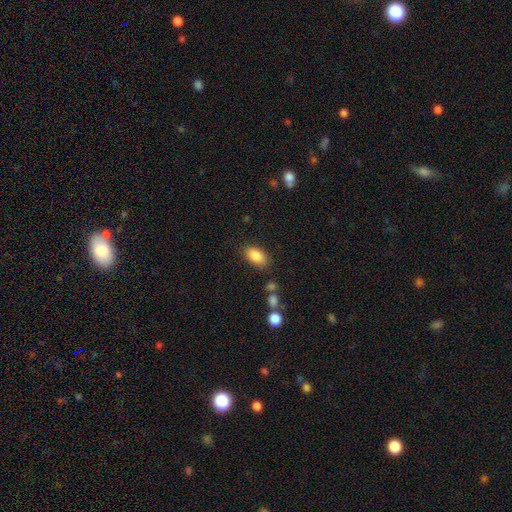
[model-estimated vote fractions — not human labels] A smooth galaxy with no disk features (86%) that is in between round and cigar-shaped (91%).

Vote fractions:
- Smooth or featured? smooth: 86% / star or artifact: 8% / featured or disk: 7%
- How rounded? in between: 91% / round: 6% / cigar-shaped: 3%
- Merging? none: 82% / minor disturbance: 12% / major disturbance: 3% / merger: 3%